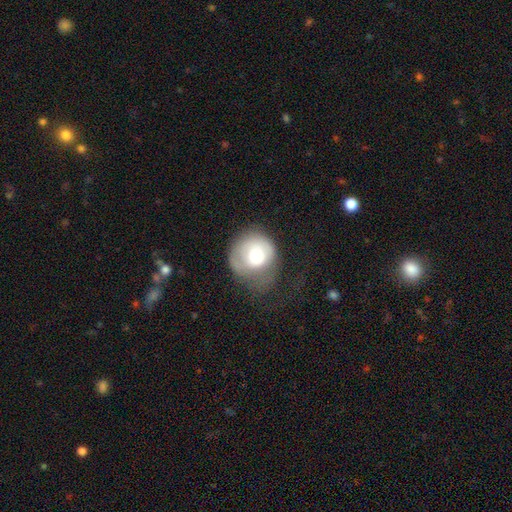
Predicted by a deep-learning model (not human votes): The model was most divided on "merging": major disturbance: 37%, none: 32%, minor disturbance: 30%, merger: 2%. More confident: how rounded — round (81%); smooth or featured — smooth (64%).